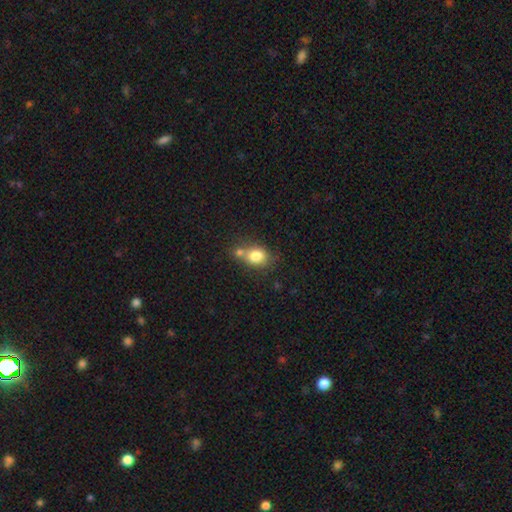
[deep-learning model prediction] Smooth or featured? Predicted: smooth (p=0.79). How rounded? Predicted: in between (p=0.53). Merging? Predicted: none (p=0.47).